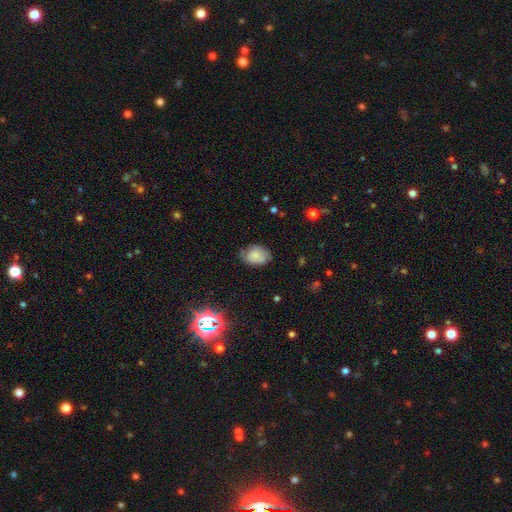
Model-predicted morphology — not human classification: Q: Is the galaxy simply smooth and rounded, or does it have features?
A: smooth — 72%.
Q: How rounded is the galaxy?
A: in between — 72%.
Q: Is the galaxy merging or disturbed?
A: none — 58%.